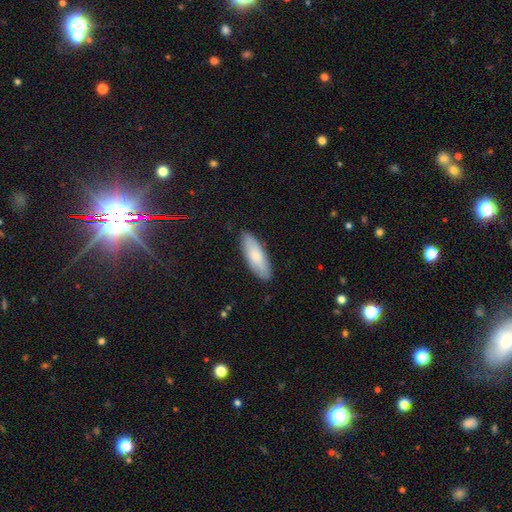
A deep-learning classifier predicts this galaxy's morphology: type=smooth (73%); roundness=in between (59%); merging=none (86%).